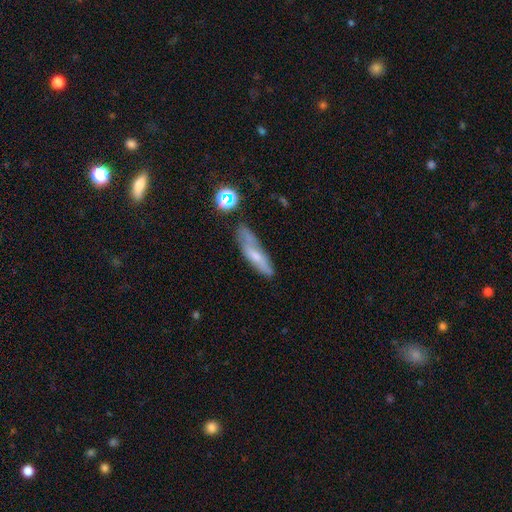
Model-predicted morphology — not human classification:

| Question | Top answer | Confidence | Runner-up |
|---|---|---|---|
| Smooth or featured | smooth | 56% | featured or disk (33%) |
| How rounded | cigar-shaped | 66% | in between (31%) |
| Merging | none | 54% | minor disturbance (28%) |